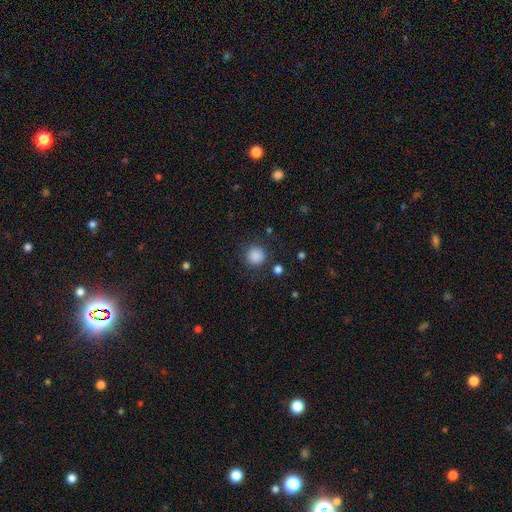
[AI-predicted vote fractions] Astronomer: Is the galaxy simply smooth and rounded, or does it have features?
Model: smooth — 85%.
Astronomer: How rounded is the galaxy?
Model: round — 92%.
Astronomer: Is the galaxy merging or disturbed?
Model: none — 84%.